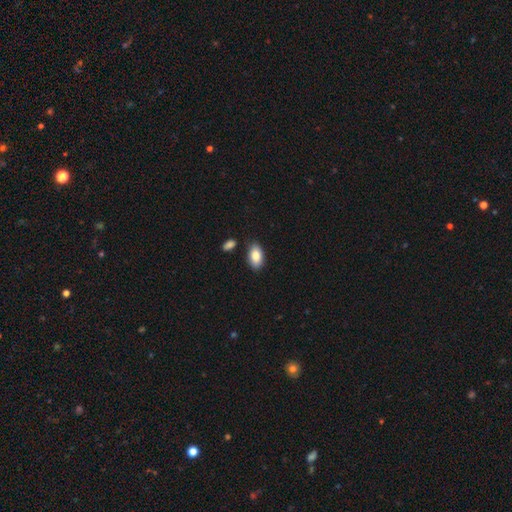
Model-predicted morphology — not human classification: type=smooth (86%); roundness=in between (94%); merging=none (82%).